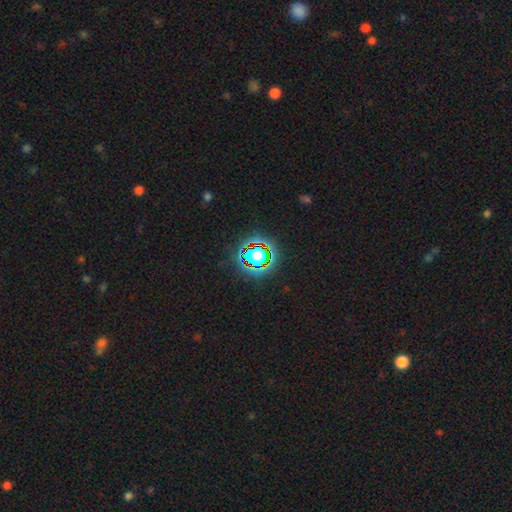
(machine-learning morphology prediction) Smooth or featured?
  - star or artifact: 64% *
  - smooth: 23%
  - featured or disk: 13%